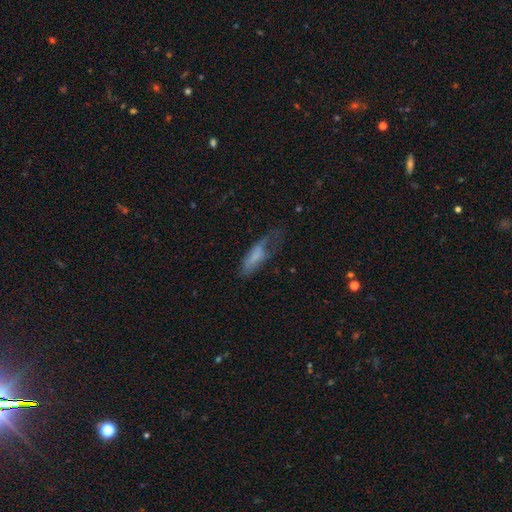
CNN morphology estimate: This is likely a smooth galaxy (61%). How rounded: possibly in between (58%). Merging: marginally major disturbance (38%).